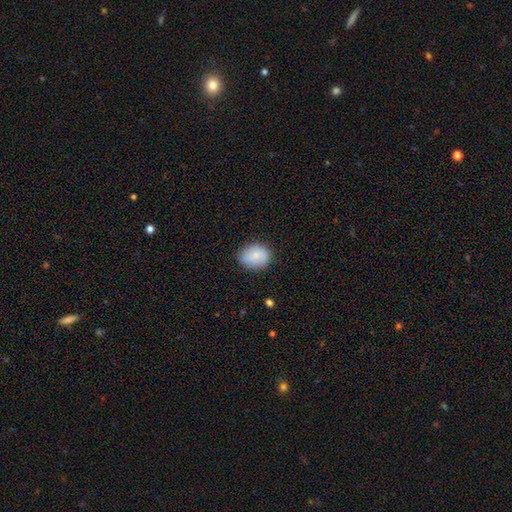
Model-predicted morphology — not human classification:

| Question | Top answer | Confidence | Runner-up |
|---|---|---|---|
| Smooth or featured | smooth | 81% | featured or disk (12%) |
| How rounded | in between | 55% | round (44%) |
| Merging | none | 81% | minor disturbance (15%) |